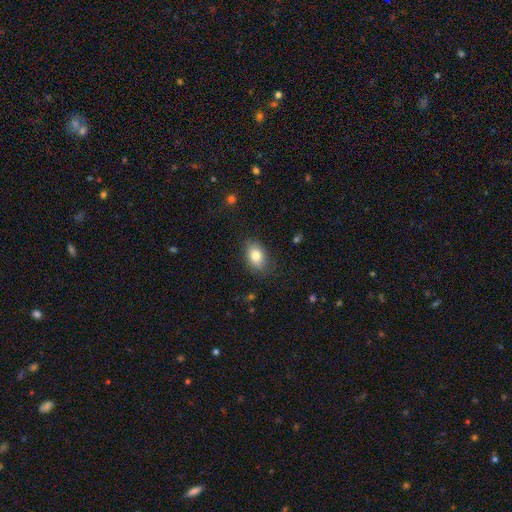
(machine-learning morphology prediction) smooth-or-featured: smooth: 81% | featured or disk: 11% | star or artifact: 8%
  how-rounded: in between: 82% | round: 17% | cigar-shaped: 1%
  merging: none: 82% | minor disturbance: 13% | major disturbance: 3% | merger: 1%